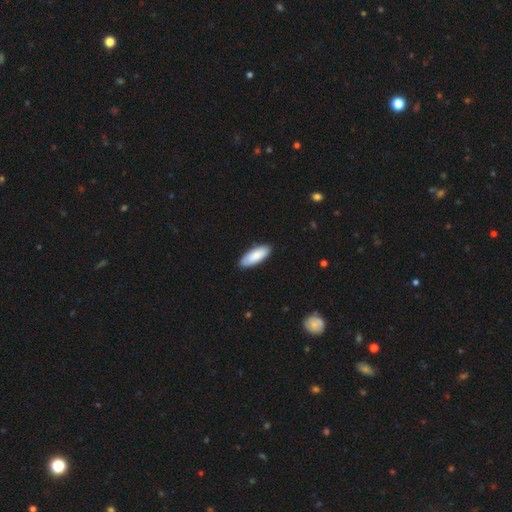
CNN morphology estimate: This appears to be a smooth galaxy with no disk features (87%) that is in between round and cigar-shaped (74%). Merging: none (88%).